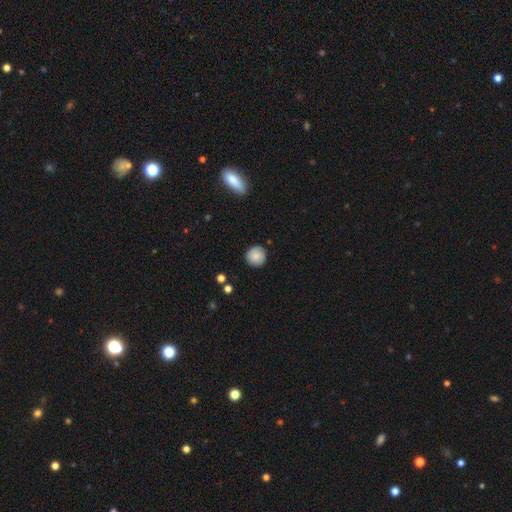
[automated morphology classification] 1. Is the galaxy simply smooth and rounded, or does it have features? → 76% smooth, 17% featured or disk, 8% star or artifact.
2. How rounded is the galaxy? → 92% round, 7% in between, 1% cigar-shaped.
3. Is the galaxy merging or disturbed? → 83% none, 13% minor disturbance, 3% major disturbance, 1% merger.